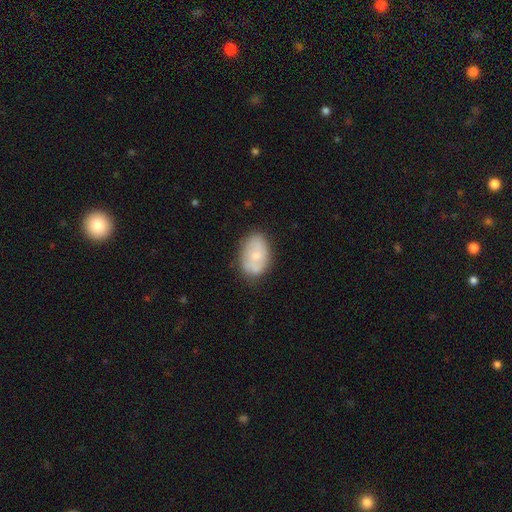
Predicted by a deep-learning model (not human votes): smooth-or-featured: smooth: 58% | featured or disk: 35% | star or artifact: 7%
  how-rounded: in between: 87% | round: 12% | cigar-shaped: 1%
  merging: none: 67% | minor disturbance: 22% | major disturbance: 6% | merger: 5%